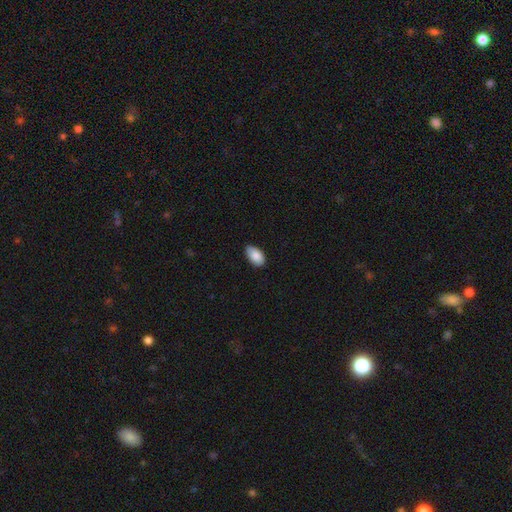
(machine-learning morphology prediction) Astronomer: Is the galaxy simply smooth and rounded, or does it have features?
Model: smooth — 87%.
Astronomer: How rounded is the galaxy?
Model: in between — 94%.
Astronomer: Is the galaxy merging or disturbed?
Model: none — 80%.